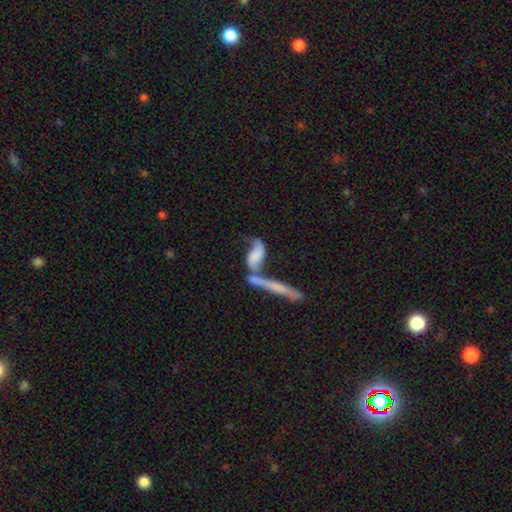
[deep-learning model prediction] Smooth or featured? Predicted: featured or disk (p=0.61). Edge-on disk? Predicted: no (p=0.82). Bar? Predicted: no (p=0.63). Spiral arms? Predicted: yes (p=0.81). Bulge size? Predicted: none (p=0.50). Merging? Predicted: merger (p=0.49).